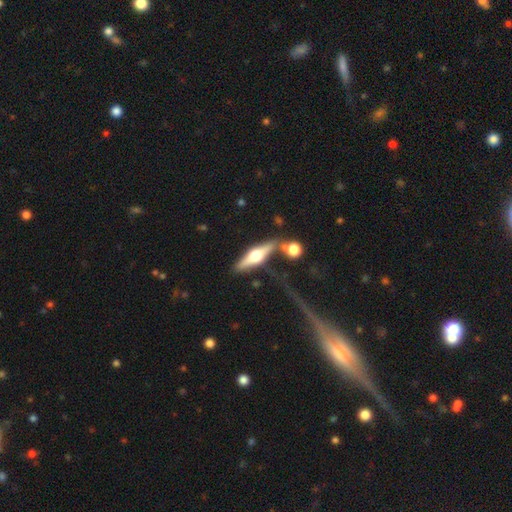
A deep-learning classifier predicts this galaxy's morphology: Overall: featured or disk (68%). Edge-on disk: yes (93%). Edge-on bulge: rounded (95%). Merging: none (58%).